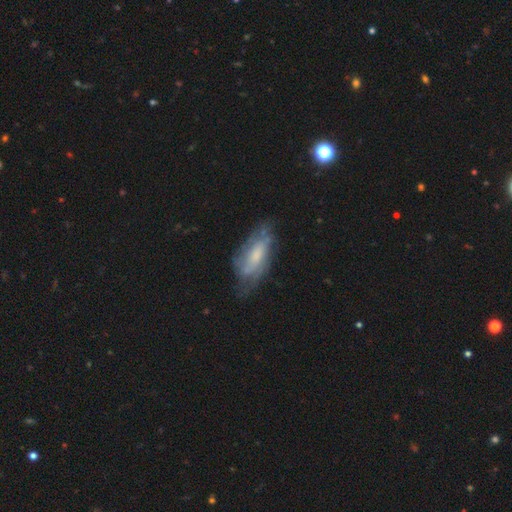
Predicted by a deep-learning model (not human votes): This appears to be a featured or disk galaxy (56%). Merging: none (58%).